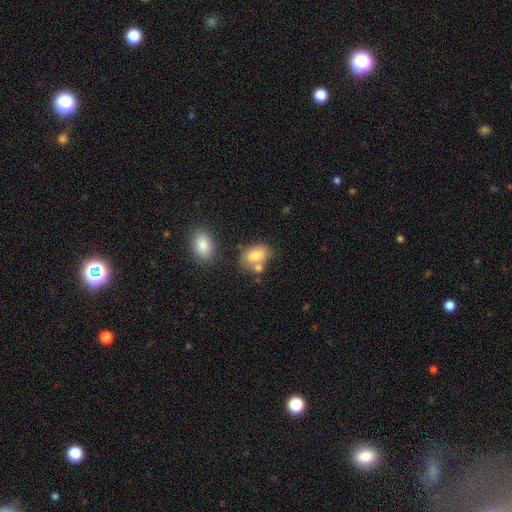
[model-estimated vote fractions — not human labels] This appears to be a smooth galaxy with no disk features (77%) that is in between round and cigar-shaped (84%). Merging: none (51%).